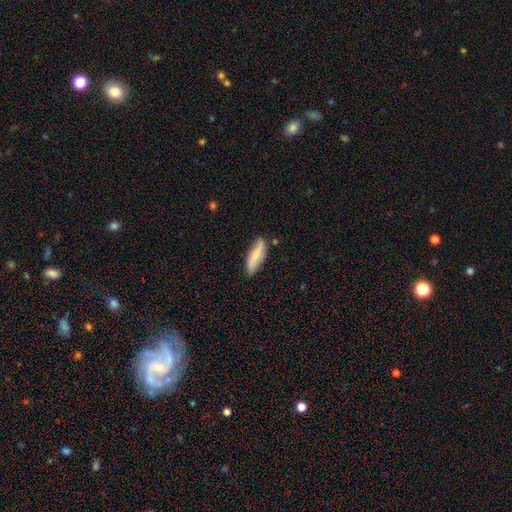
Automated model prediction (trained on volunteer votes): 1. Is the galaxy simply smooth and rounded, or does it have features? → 69% smooth, 24% featured or disk, 6% star or artifact.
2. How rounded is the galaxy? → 49% in between (tied), 49% cigar-shaped (tied), 2% round.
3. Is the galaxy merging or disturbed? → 74% none, 19% minor disturbance, 4% major disturbance, 3% merger.